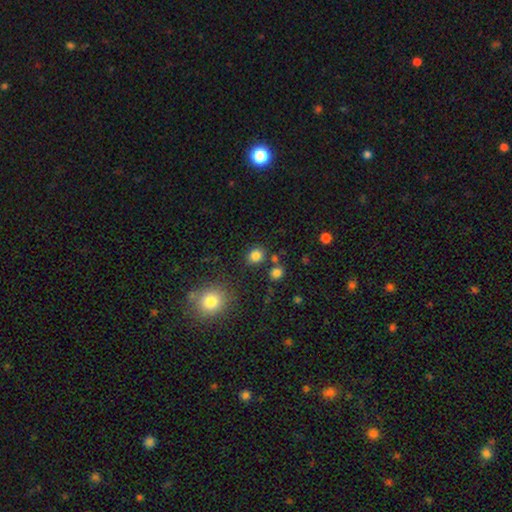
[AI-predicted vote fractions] Smooth or featured?
  - smooth: 82% *
  - star or artifact: 13%
  - featured or disk: 5%
How rounded?
  - round: 69% *
  - in between: 31%
  - cigar-shaped: 1%
Merging?
  - none: 80% *
  - minor disturbance: 9%
  - merger: 7%
  - major disturbance: 3%